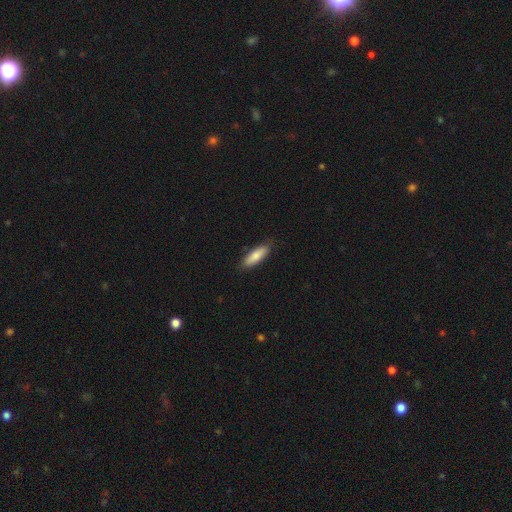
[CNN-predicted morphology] Smooth or featured?
  - smooth: 82% *
  - featured or disk: 12%
  - star or artifact: 5%
How rounded?
  - cigar-shaped: 50% *
  - in between: 48%
  - round: 2%
Merging?
  - none: 85% *
  - minor disturbance: 12%
  - major disturbance: 2%
  - merger: 1%